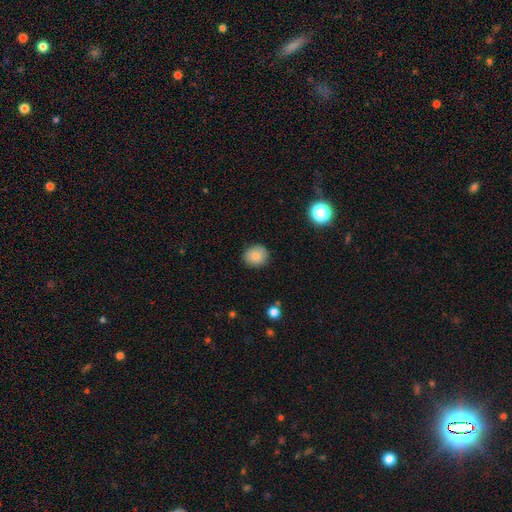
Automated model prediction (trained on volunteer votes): smooth 85%, star or artifact 9%, featured or disk 6%. Down the decision tree: how rounded — round (75%); merging — none (87%).